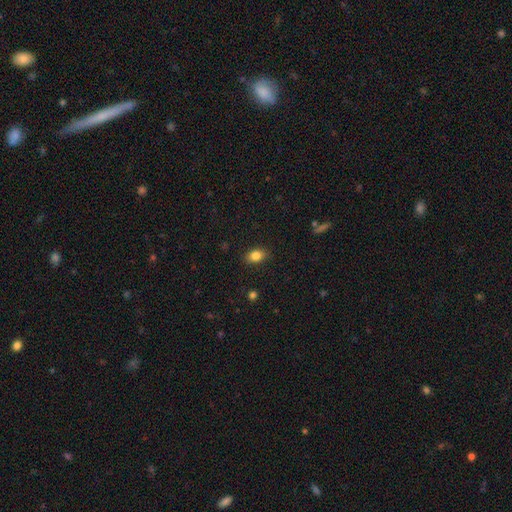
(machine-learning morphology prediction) Smooth or featured? smooth (84%)
How rounded? in between (79%)
Merging? none (87%)